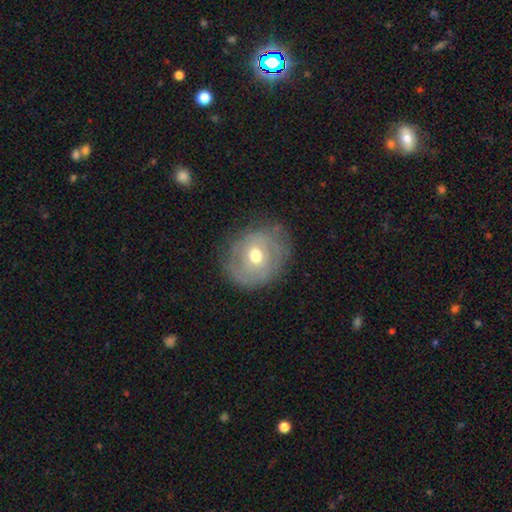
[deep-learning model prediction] A featured or disk galaxy (54%) with no bar (72%), spiral arms (52%) and a moderate central bulge (75%). Merging: none (75%).